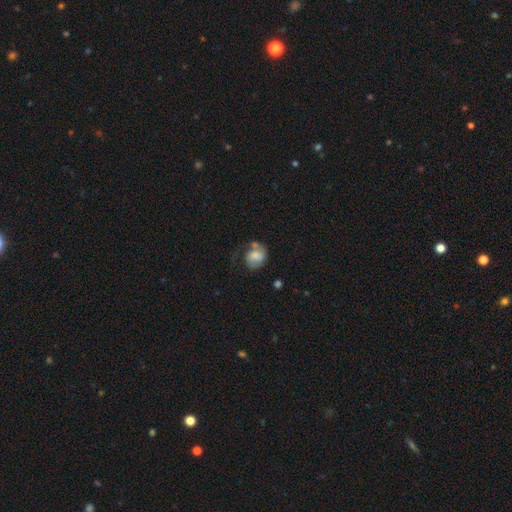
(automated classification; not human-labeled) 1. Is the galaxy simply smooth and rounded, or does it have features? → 58% smooth, 34% featured or disk, 8% star or artifact.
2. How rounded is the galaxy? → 54% round, 45% in between, 1% cigar-shaped.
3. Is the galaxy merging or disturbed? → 35% none, 27% major disturbance, 23% minor disturbance, 14% merger.